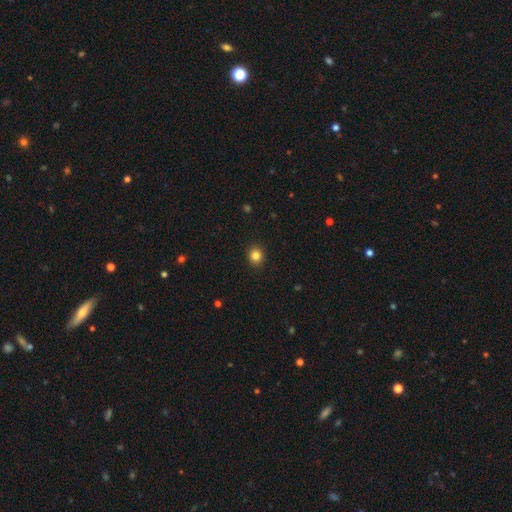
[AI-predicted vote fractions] Morphology: type=smooth (84%); roundness=round (82%); merging=none (92%).